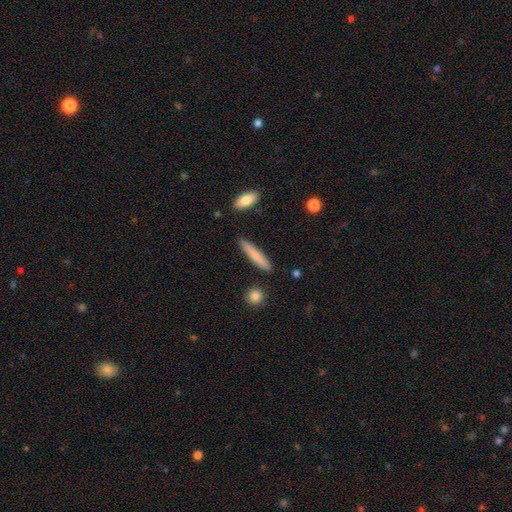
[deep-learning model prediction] Morphology: type=smooth (76%); roundness=cigar-shaped (91%); merging=none (88%).